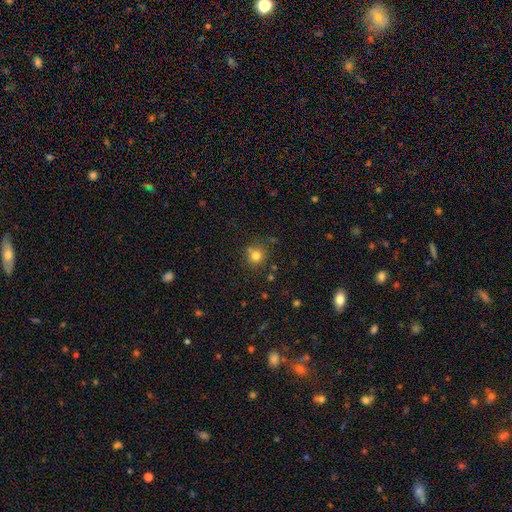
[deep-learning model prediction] Smooth or featured?
  - smooth: 78% *
  - star or artifact: 14%
  - featured or disk: 7%
How rounded?
  - round: 88% *
  - in between: 11%
  - cigar-shaped: 1%
Merging?
  - none: 72% *
  - minor disturbance: 13%
  - merger: 10%
  - major disturbance: 4%